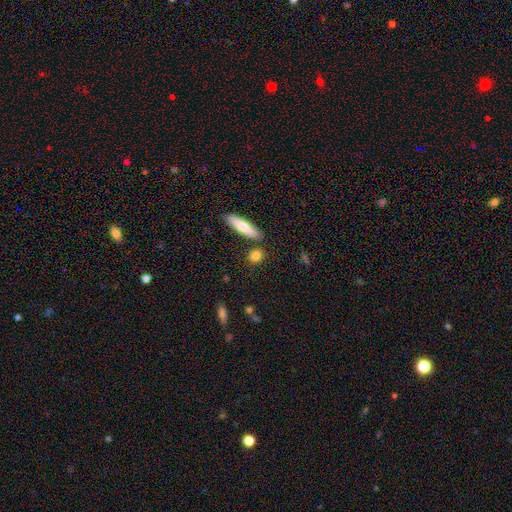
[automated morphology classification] Q: Smooth or featured?
A: smooth (80%); runner-up: featured or disk (12%)
Q: How rounded?
A: round (47%); runner-up: in between (34%)
Q: Merging?
A: none (81%); runner-up: minor disturbance (9%)